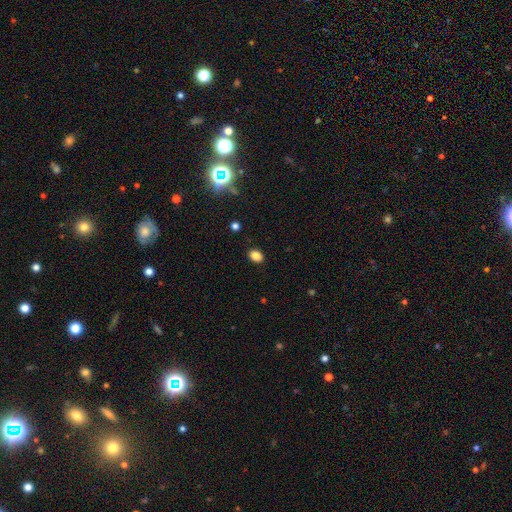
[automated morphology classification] smooth-or-featured: smooth: 84% | star or artifact: 12% | featured or disk: 4%
  how-rounded: in between: 69% | round: 30% | cigar-shaped: 1%
  merging: none: 89% | minor disturbance: 8% | major disturbance: 2% | merger: 1%